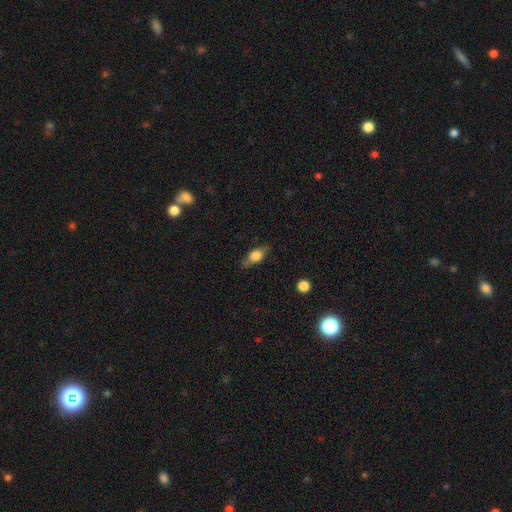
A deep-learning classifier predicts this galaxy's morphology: This is likely a smooth galaxy (62%). How rounded: likely in between (72%). Merging: likely none (77%).